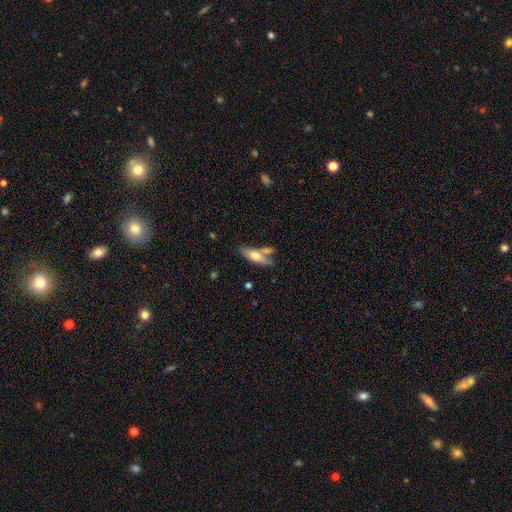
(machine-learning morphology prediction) smooth_or_featured: smooth (p=0.62) [alt: featured or disk p=0.32]
how_rounded: in between (p=0.52) [alt: cigar-shaped p=0.46]
merging: none (p=0.53) [alt: merger p=0.26]